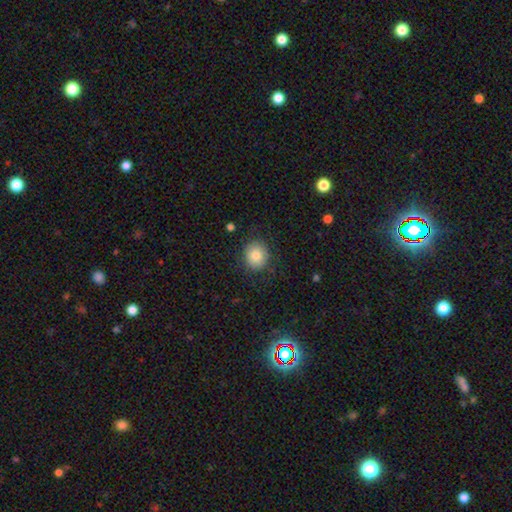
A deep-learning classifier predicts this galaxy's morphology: The model was most divided on "how rounded": round: 78%, in between: 21%, cigar-shaped: 1%. More confident: merging — none (85%); smooth or featured — smooth (82%).